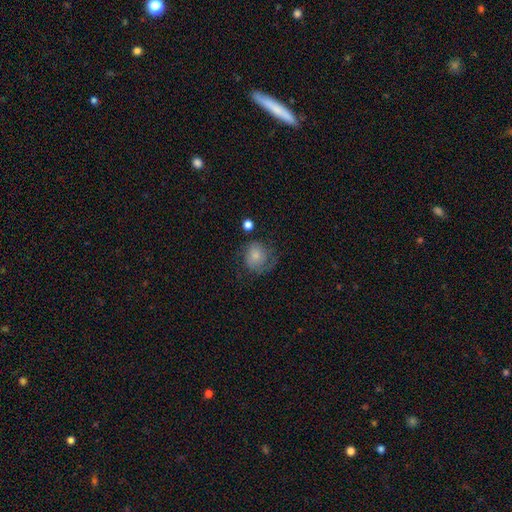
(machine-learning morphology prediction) smooth 61%, featured or disk 30%, star or artifact 9%. Down the decision tree: how rounded — round (77%); merging — none (47%).